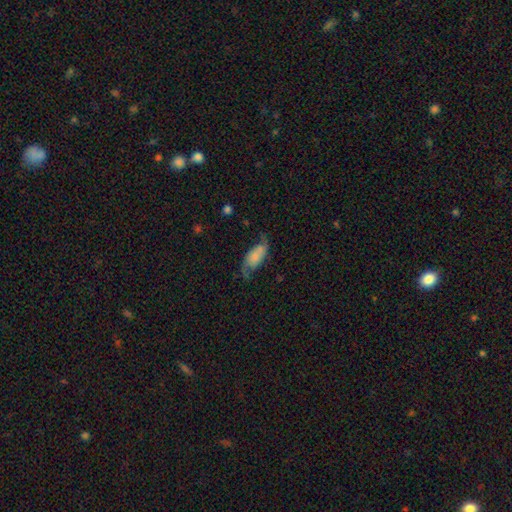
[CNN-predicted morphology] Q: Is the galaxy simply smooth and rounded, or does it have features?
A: featured or disk — 59%.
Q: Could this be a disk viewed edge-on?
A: no — 93%.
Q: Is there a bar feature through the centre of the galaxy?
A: no — 67%.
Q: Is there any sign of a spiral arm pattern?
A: yes — 90%.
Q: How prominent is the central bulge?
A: small — 37%.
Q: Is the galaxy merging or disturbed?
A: none — 58%.